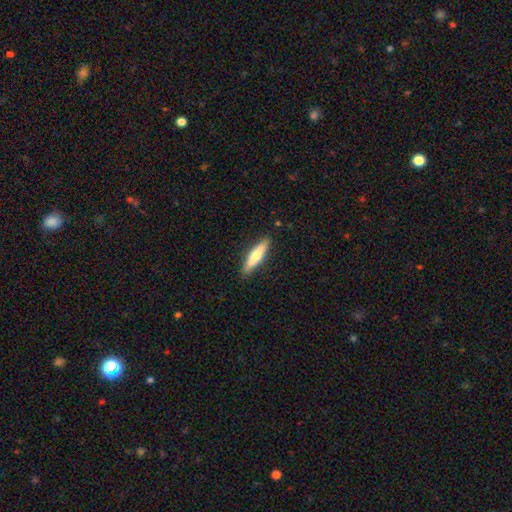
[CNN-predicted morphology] A smooth galaxy with no disk features (61%) that is cigar-shaped (79%).

Vote fractions:
- Smooth or featured? smooth: 61% / featured or disk: 34% / star or artifact: 5%
- How rounded? cigar-shaped: 79% / in between: 19% / round: 2%
- Merging? none: 90% / minor disturbance: 8% / major disturbance: 2% / merger: 1%